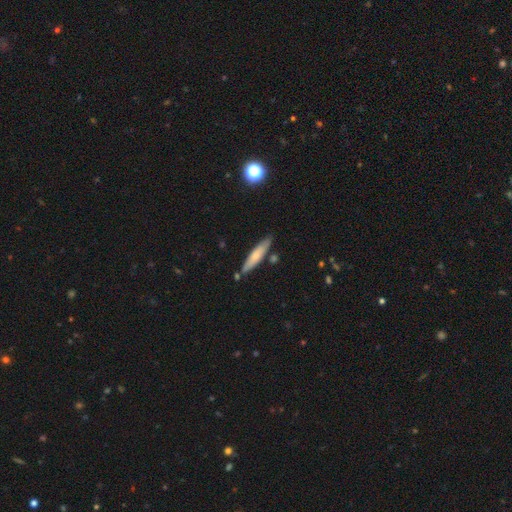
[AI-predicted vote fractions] smooth 65%, featured or disk 30%, star or artifact 6%. Down the decision tree: how rounded — cigar-shaped (86%); merging — none (80%).